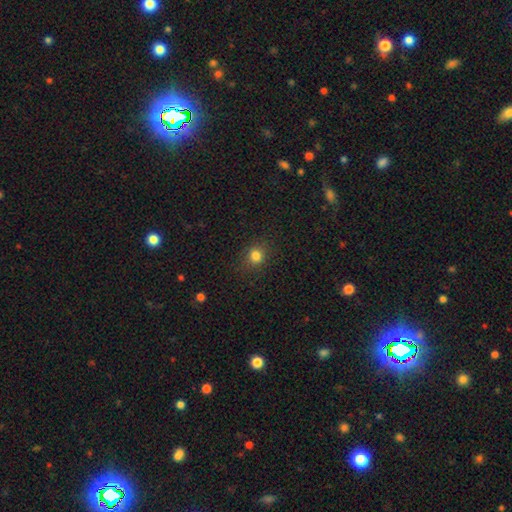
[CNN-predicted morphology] smooth-or-featured: smooth: 80% | star or artifact: 14% | featured or disk: 5%
  how-rounded: round: 78% | in between: 21% | cigar-shaped: 1%
  merging: none: 86% | minor disturbance: 9% | major disturbance: 3% | merger: 1%